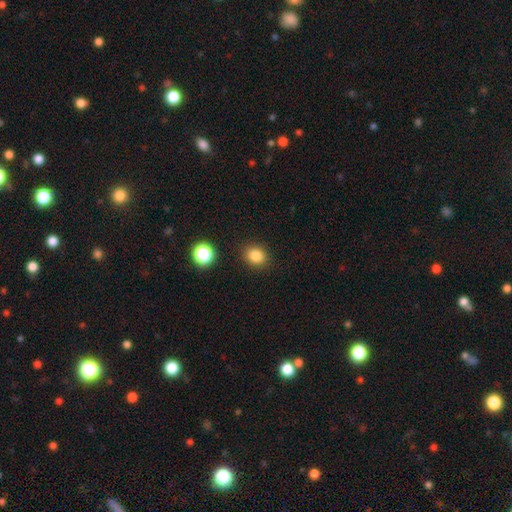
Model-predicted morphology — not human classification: Smooth or featured: smooth — 83% (star or artifact — 12%)
How rounded: round — 66% (in between — 33%)
Merging: none — 88% (minor disturbance — 8%)